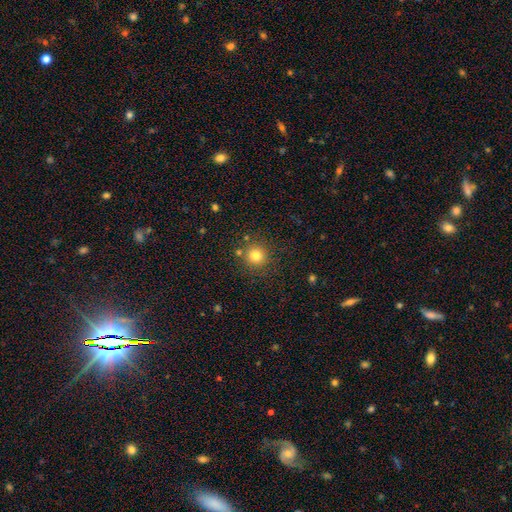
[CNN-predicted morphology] A smooth galaxy with no disk features (79%) that is round (95%).

Vote fractions:
- Smooth or featured? smooth: 79% / star or artifact: 14% / featured or disk: 7%
- How rounded? round: 95% / in between: 4% / cigar-shaped: 1%
- Merging? none: 85% / minor disturbance: 8% / merger: 5% / major disturbance: 3%